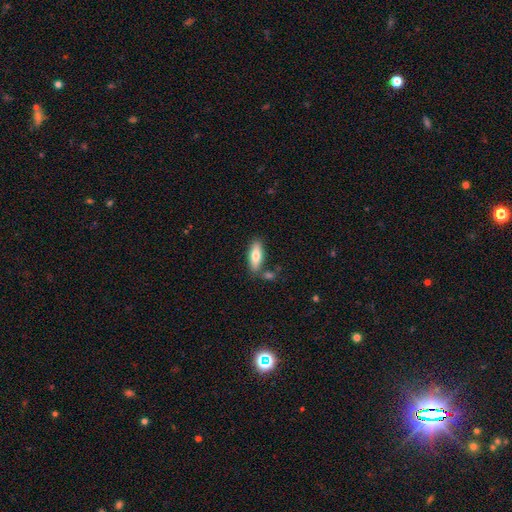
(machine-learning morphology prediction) smooth_or_featured: smooth (p=0.72) [alt: featured or disk p=0.22]
how_rounded: in between (p=0.67) [alt: cigar-shaped p=0.31]
merging: none (p=0.76) [alt: minor disturbance p=0.13]